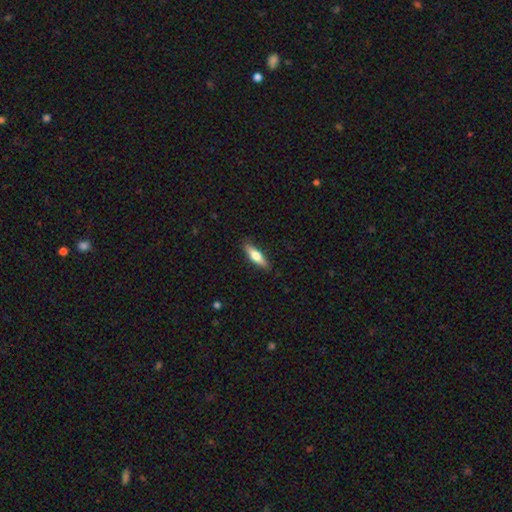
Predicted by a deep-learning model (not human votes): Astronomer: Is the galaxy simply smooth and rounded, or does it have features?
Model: smooth — 64%.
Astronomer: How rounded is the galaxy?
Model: cigar-shaped — 61% (runner-up: in between, 37%).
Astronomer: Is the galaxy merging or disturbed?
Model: none — 87%.